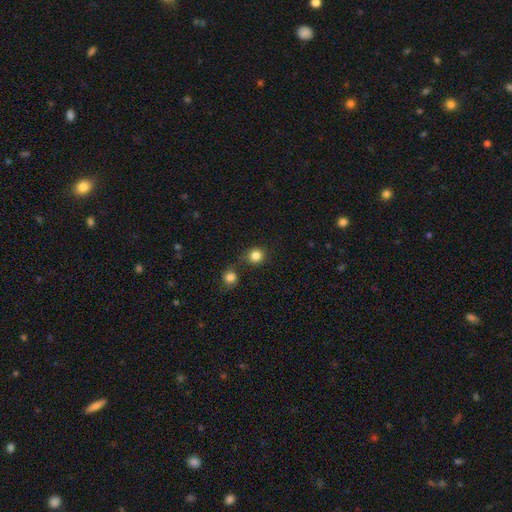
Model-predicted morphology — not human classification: smooth-or-featured: smooth: 84% | star or artifact: 11% | featured or disk: 5%
  how-rounded: round: 90% | in between: 9% | cigar-shaped: 1%
  merging: none: 70% | merger: 16% | minor disturbance: 10% | major disturbance: 4%